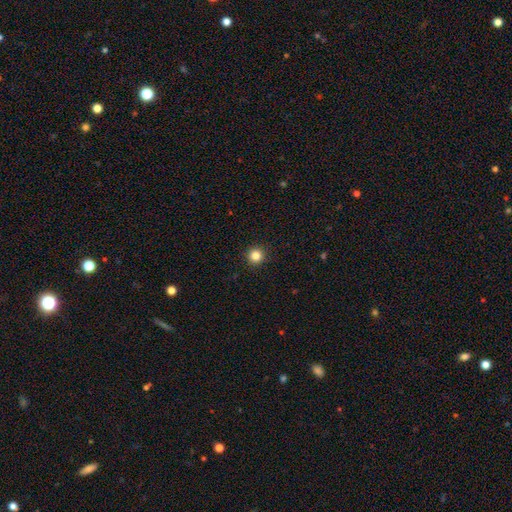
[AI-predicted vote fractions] Morphology: type=smooth (84%); roundness=round (95%); merging=none (93%).